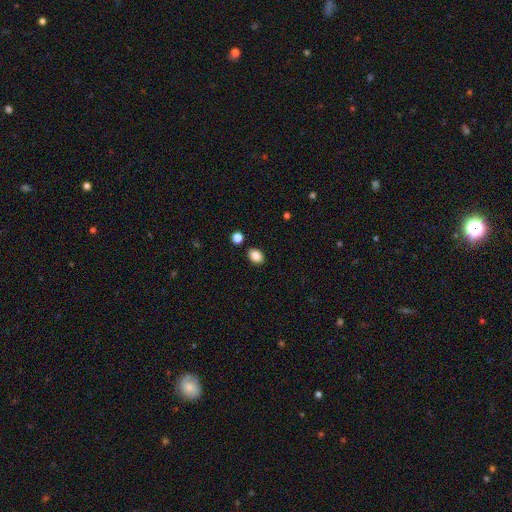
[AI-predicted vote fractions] smooth-or-featured: smooth: 86% | star or artifact: 9% | featured or disk: 4%
  how-rounded: in between: 70% | round: 29% | cigar-shaped: 1%
  merging: none: 86% | minor disturbance: 9% | merger: 4% | major disturbance: 2%